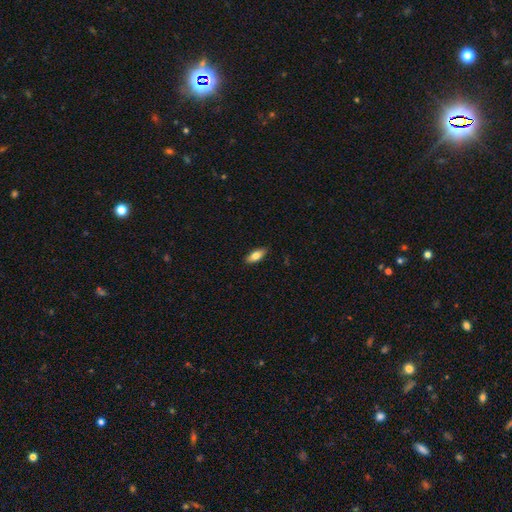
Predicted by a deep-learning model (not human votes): Overall: smooth (74%). How rounded: in between (77%). Merging: none (89%).